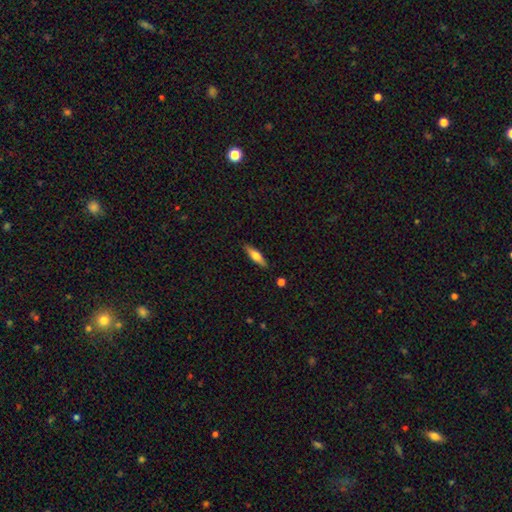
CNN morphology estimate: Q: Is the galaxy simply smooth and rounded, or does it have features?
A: smooth — 56%.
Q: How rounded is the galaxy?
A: cigar-shaped — 66%.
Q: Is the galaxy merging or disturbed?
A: none — 88%.